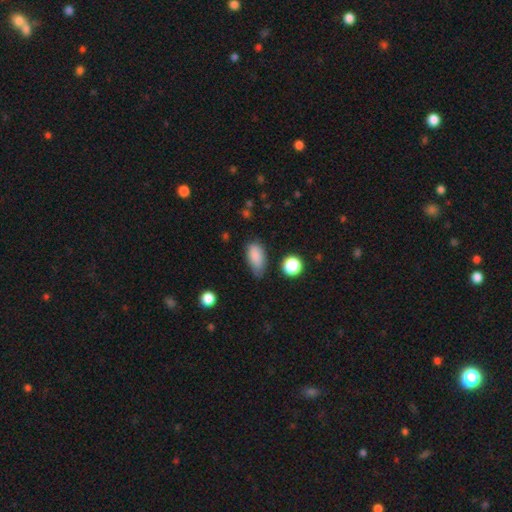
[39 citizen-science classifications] smooth-or-featured: smooth: 79% | featured or disk: 13% | star or artifact: 8%
  how-rounded: in between: 87% | round: 6% | cigar-shaped: 6%
  merging: minor disturbance: 44% | none: 39% | major disturbance: 8% | merger: 8%